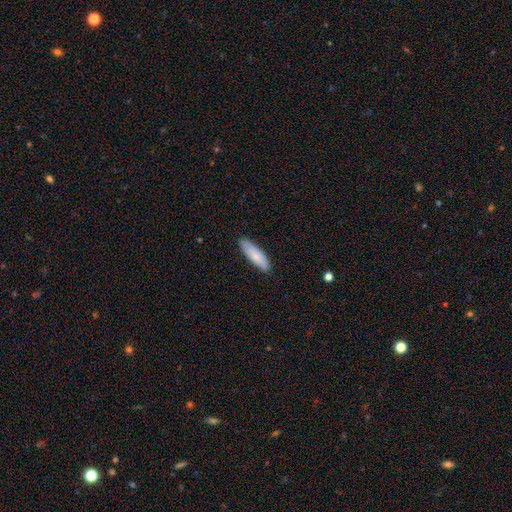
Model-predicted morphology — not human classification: A smooth galaxy with no disk features (82%) that is cigar-shaped (53%). Merging: none (86%).